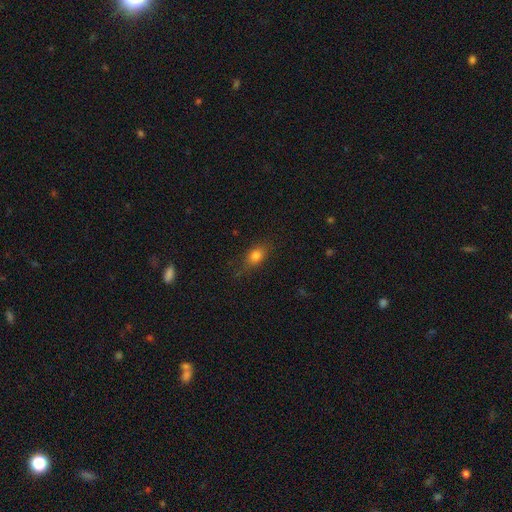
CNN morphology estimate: Smooth or featured?
  - smooth: 80% *
  - star or artifact: 11%
  - featured or disk: 9%
How rounded?
  - in between: 75% *
  - round: 20%
  - cigar-shaped: 5%
Merging?
  - none: 75% *
  - minor disturbance: 18%
  - major disturbance: 5%
  - merger: 1%